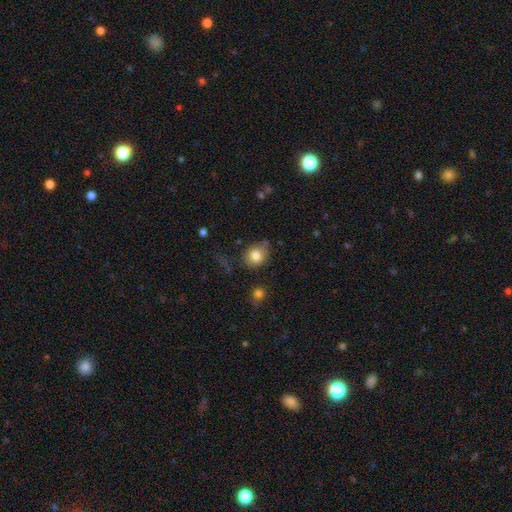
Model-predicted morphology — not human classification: A smooth galaxy with no disk features (82%) that is round (66%).

Vote fractions:
- Smooth or featured? smooth: 82% / star or artifact: 10% / featured or disk: 9%
- How rounded? round: 66% / in between: 33% / cigar-shaped: 1%
- Merging? none: 68% / minor disturbance: 21% / major disturbance: 6% / merger: 5%